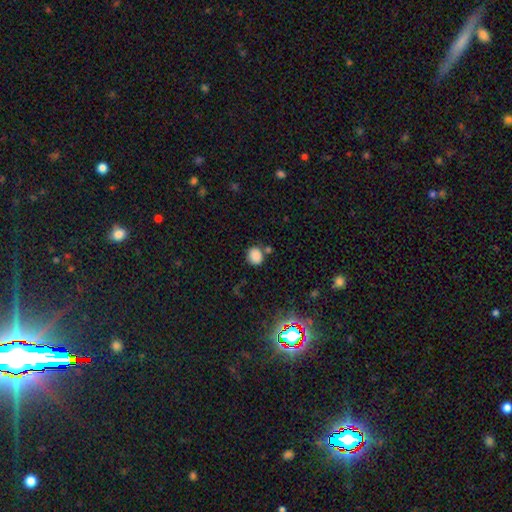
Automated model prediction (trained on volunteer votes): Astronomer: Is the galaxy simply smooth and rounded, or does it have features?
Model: smooth — 83%.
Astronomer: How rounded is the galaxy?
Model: round — 67%.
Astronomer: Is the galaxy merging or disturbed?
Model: none — 72%.